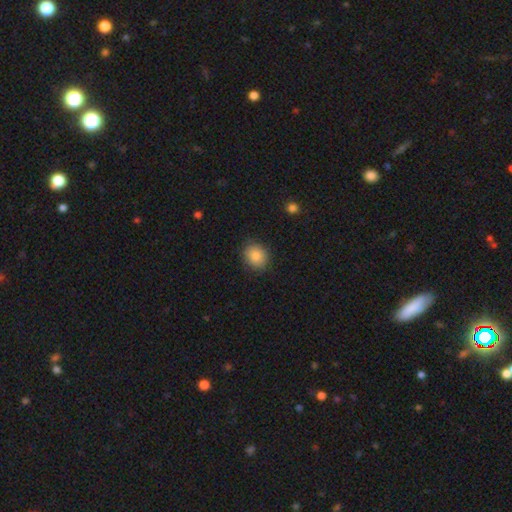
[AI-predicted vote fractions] smooth-or-featured: smooth: 85% | star or artifact: 9% | featured or disk: 6%
  how-rounded: round: 72% | in between: 28% | cigar-shaped: 1%
  merging: none: 86% | minor disturbance: 11% | major disturbance: 3% | merger: 1%